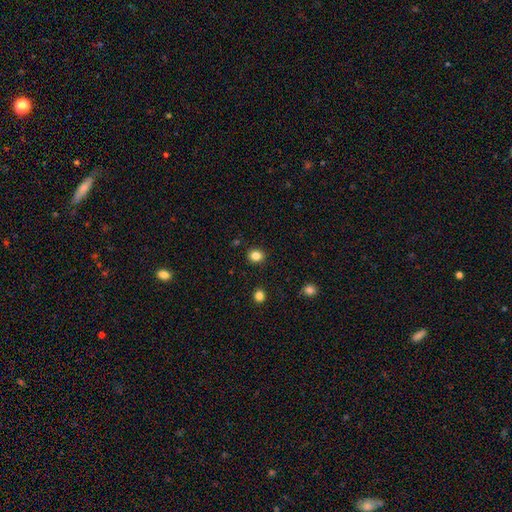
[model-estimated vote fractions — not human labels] smooth-or-featured: smooth: 84% | star or artifact: 12% | featured or disk: 4%
  how-rounded: round: 70% | in between: 29% | cigar-shaped: 1%
  merging: none: 90% | minor disturbance: 7% | major disturbance: 2% | merger: 2%